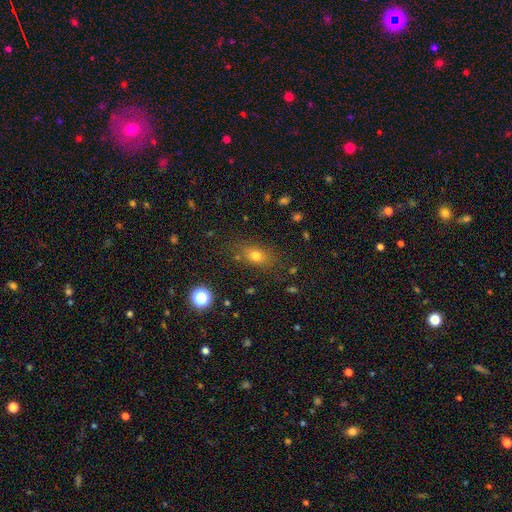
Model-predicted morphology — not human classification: Smooth or featured? smooth (73%)
How rounded? in between (71%)
Merging? none (79%)